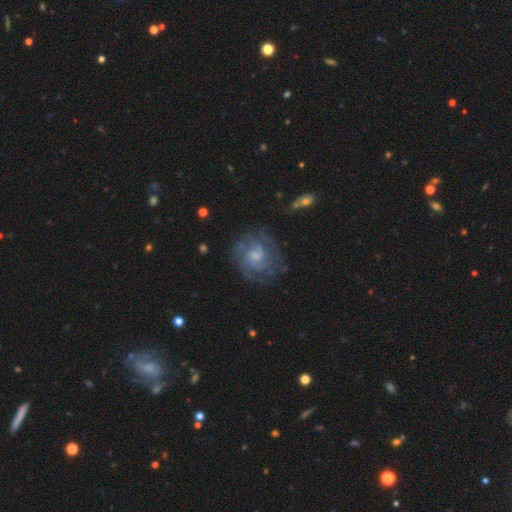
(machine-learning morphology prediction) Smooth or featured? featured or disk (78%)
Edge-on disk? no (98%)
Bar? no (62%)
Spiral arms? yes (90%)
Spiral winding? tight (53%)
Spiral arm count? can't tell (37%)
Bulge size? small (56%)
Merging? none (71%)